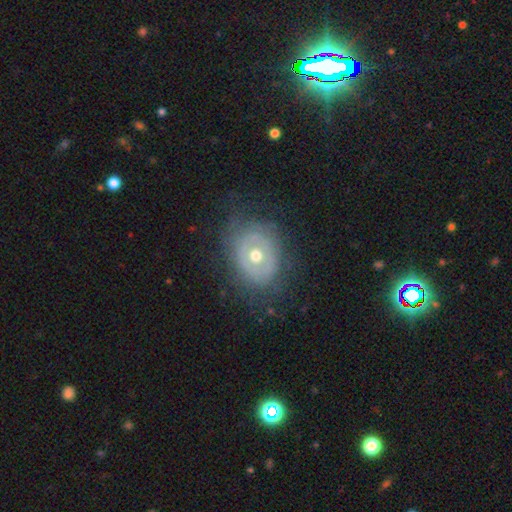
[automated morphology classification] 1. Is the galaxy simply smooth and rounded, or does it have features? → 65% featured or disk, 28% smooth, 7% star or artifact.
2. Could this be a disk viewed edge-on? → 95% no, 5% yes.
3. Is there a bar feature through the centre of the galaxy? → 85% no, 11% weak, 4% strong.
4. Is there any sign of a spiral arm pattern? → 69% no, 31% yes.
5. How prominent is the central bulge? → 75% moderate, 19% small, 4% large, 1% dominant, 1% none.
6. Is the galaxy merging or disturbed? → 72% none, 18% minor disturbance, 9% major disturbance, 1% merger.